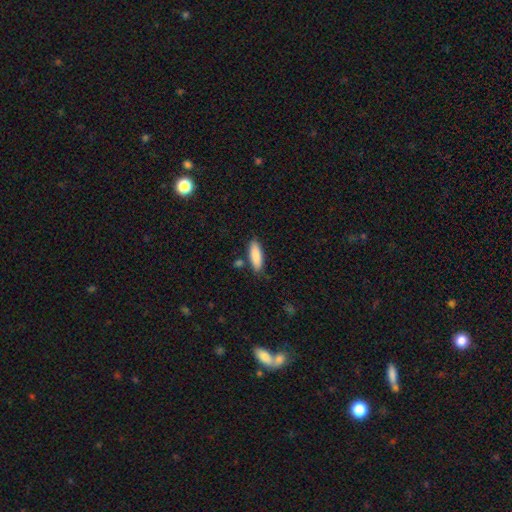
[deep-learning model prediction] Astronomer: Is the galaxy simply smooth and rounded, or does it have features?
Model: smooth — 87%.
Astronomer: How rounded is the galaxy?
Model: in between — 58% (runner-up: cigar-shaped, 40%).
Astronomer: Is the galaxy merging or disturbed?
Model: none — 81%.